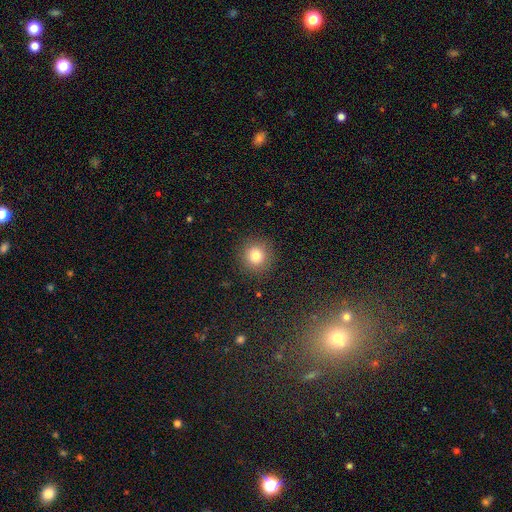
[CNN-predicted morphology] The model was most divided on "smooth or featured": smooth: 80%, star or artifact: 13%, featured or disk: 8%. More confident: how rounded — round (94%); merging — none (90%).